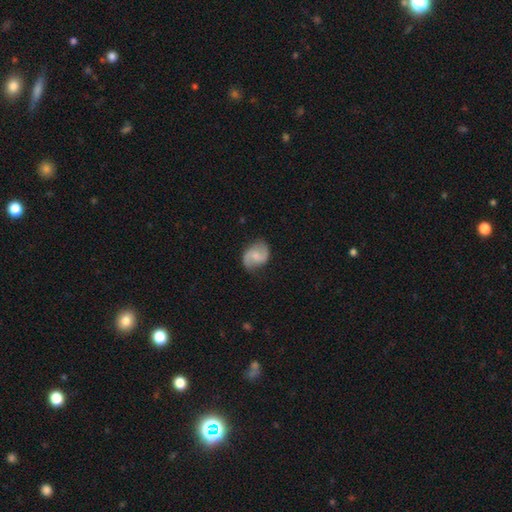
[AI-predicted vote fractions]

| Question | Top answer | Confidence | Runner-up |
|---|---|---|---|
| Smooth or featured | featured or disk | 76% | smooth (18%) |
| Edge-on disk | no | 98% | yes (2%) |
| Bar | no | 46% | weak (45%) |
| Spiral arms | yes | 95% | no (5%) |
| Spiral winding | medium | 46% | loose (40%) |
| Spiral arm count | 2 | 92% | can't tell (3%) |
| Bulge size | small | 46% | moderate (38%) |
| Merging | none | 79% | minor disturbance (15%) |